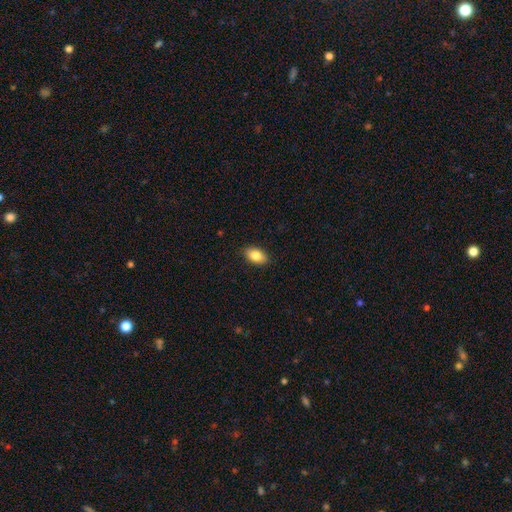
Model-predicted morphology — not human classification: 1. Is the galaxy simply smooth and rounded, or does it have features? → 84% smooth, 8% featured or disk, 7% star or artifact.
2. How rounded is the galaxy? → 91% in between, 7% round, 2% cigar-shaped.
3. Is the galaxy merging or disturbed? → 89% none, 8% minor disturbance, 2% major disturbance, 1% merger.